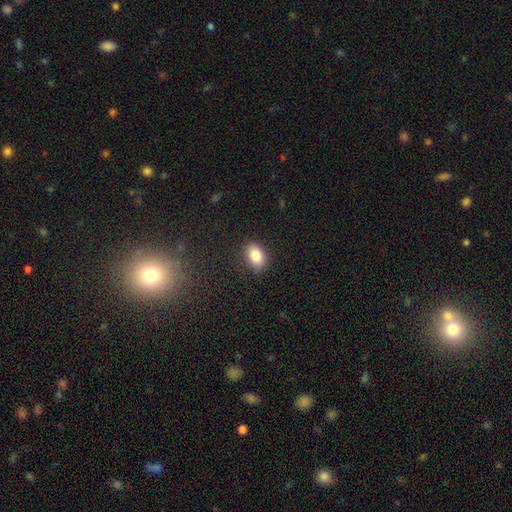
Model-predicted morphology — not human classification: A smooth galaxy with no disk features (85%) that is in between round and cigar-shaped (85%). Merging: none (84%).